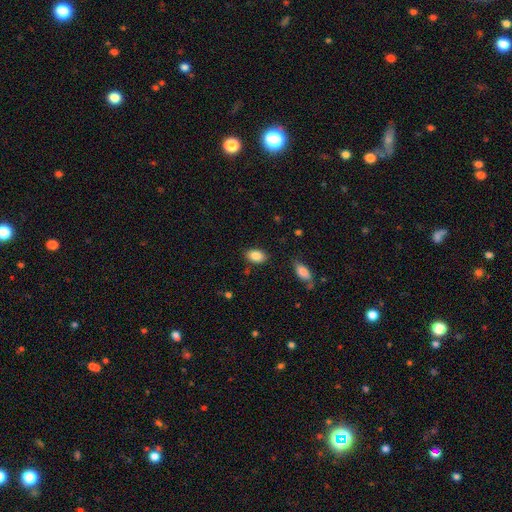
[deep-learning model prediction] A smooth galaxy with no disk features (87%) that is in between round and cigar-shaped (85%).

Vote fractions:
- Smooth or featured? smooth: 87% / star or artifact: 8% / featured or disk: 5%
- How rounded? in between: 85% / round: 13% / cigar-shaped: 1%
- Merging? none: 83% / minor disturbance: 12% / major disturbance: 3% / merger: 2%